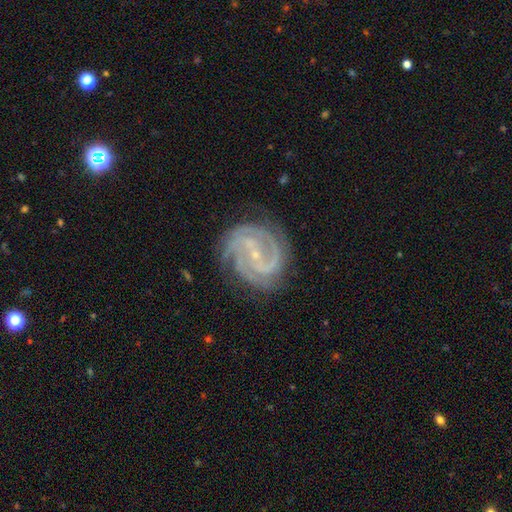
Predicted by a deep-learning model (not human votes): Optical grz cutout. It shows a featured or disk galaxy (91%) with a weak bar (40%), 2 (40%) tight (57%) spiral arms (98%) and a small central bulge (83%). Merging: none (79%).